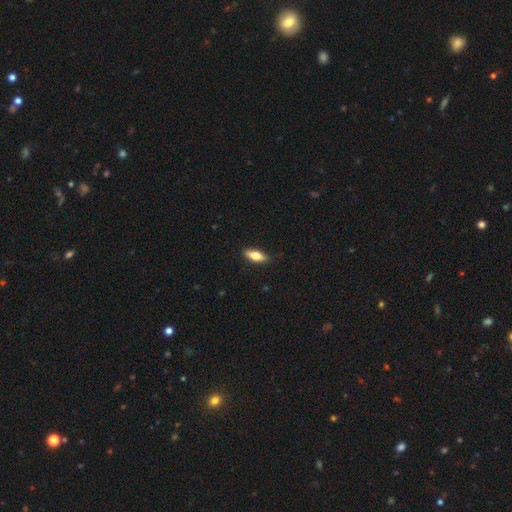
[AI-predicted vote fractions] This appears to be a smooth galaxy with no disk features (70%) that is in between round and cigar-shaped (70%). Merging: none (87%).